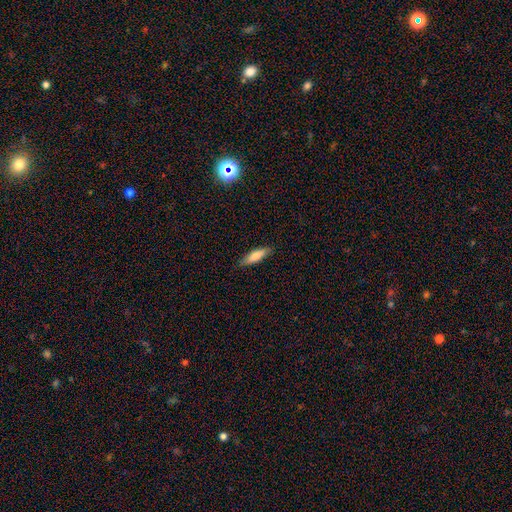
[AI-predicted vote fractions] Smooth or featured?
  - smooth: 78% *
  - featured or disk: 16%
  - star or artifact: 6%
How rounded?
  - cigar-shaped: 69% *
  - in between: 29%
  - round: 1%
Merging?
  - none: 87% *
  - minor disturbance: 10%
  - major disturbance: 2%
  - merger: 1%